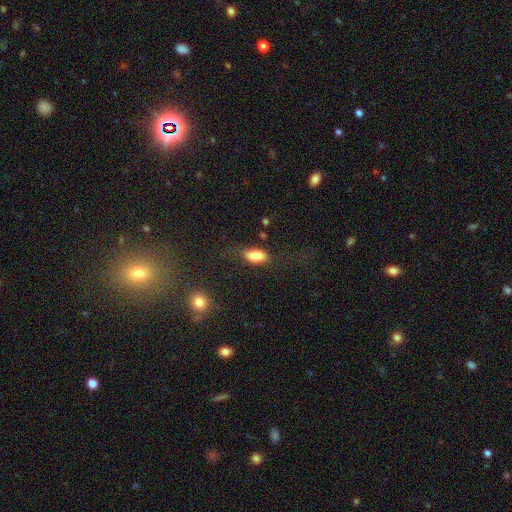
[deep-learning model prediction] Overall: smooth (81%). How rounded: in between (89%). Merging: none (63%).